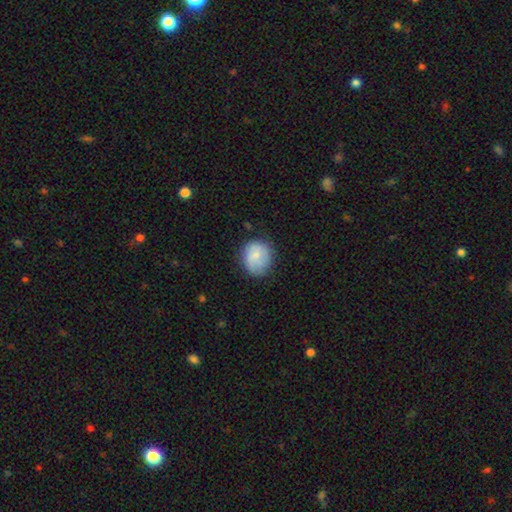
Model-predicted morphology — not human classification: A smooth galaxy with no disk features (67%) that is round (80%). Merging: none (71%).